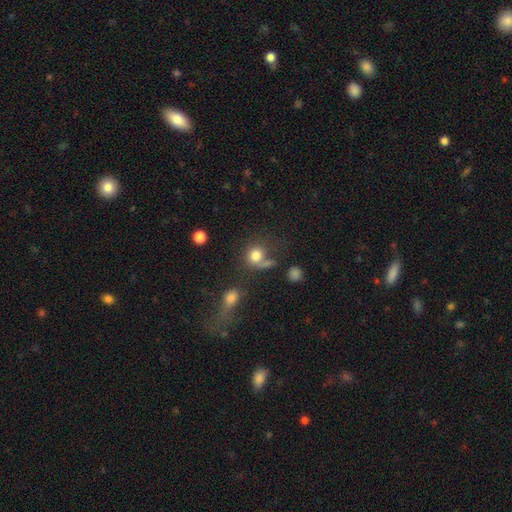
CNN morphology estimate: This is likely a smooth galaxy (77%). How rounded: likely round (77%). Merging: possibly none (45%).